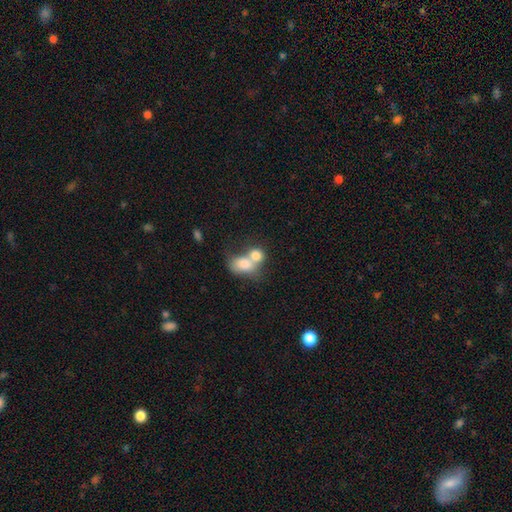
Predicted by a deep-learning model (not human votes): Morphology: type=smooth (75%); roundness=in between (50%); merging=merger (73%).